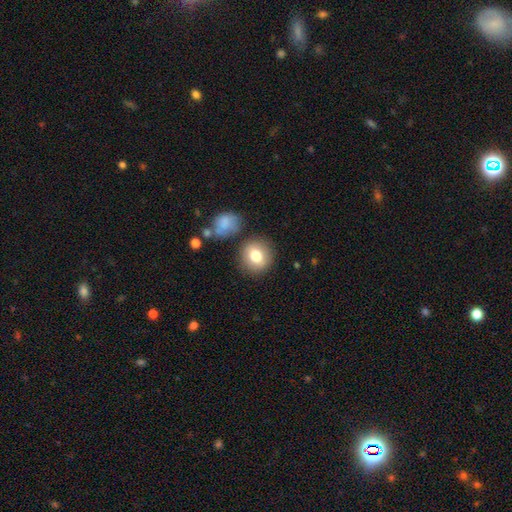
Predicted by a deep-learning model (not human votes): Smooth or featured: smooth — 77% (featured or disk — 14%)
How rounded: round — 87% (in between — 12%)
Merging: none — 82% (minor disturbance — 9%)